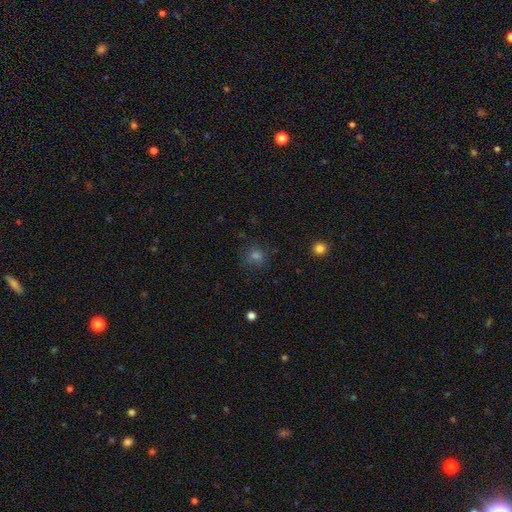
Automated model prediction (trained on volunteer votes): Q: Smooth or featured?
A: smooth (64%); runner-up: star or artifact (26%)
Q: How rounded?
A: round (86%); runner-up: in between (13%)
Q: Merging?
A: none (78%); runner-up: minor disturbance (14%)